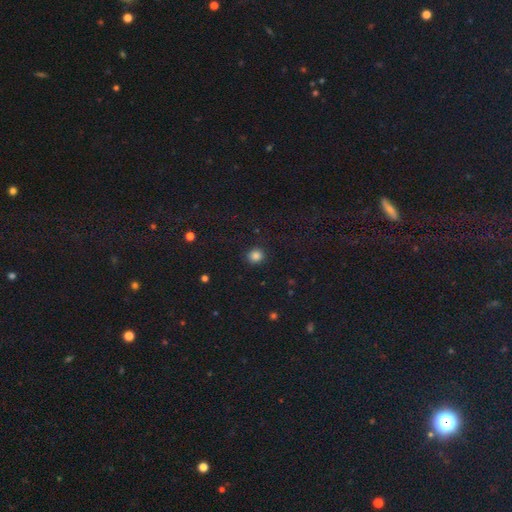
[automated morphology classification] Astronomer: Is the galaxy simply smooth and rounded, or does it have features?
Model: smooth — 85%.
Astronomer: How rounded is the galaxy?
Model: round — 85%.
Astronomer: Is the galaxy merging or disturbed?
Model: none — 90%.